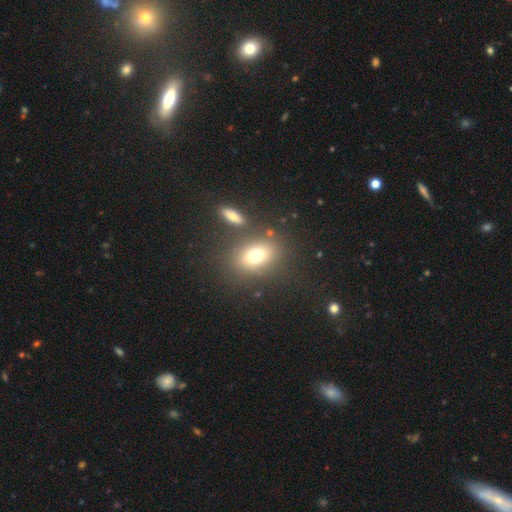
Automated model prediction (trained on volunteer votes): A smooth galaxy with no disk features (73%) that is in between round and cigar-shaped (65%). Merging: none (73%).